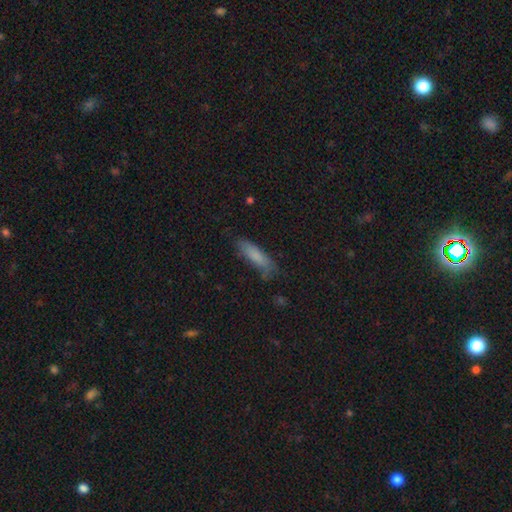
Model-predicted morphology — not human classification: type=smooth (80%); roundness=cigar-shaped (62%); merging=none (67%).